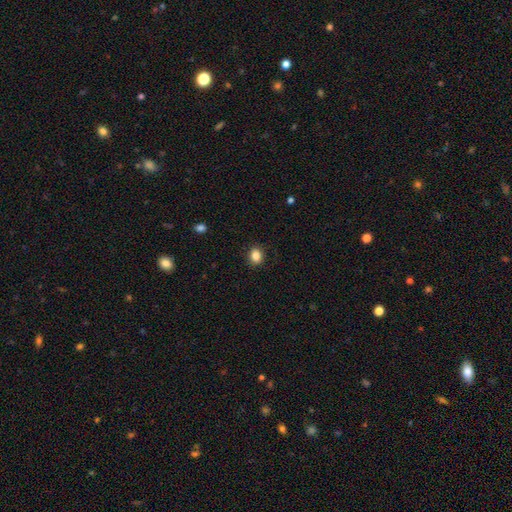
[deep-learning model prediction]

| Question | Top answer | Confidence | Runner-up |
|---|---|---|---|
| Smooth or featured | smooth | 85% | star or artifact (10%) |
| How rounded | round | 53% | in between (46%) |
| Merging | none | 89% | minor disturbance (8%) |